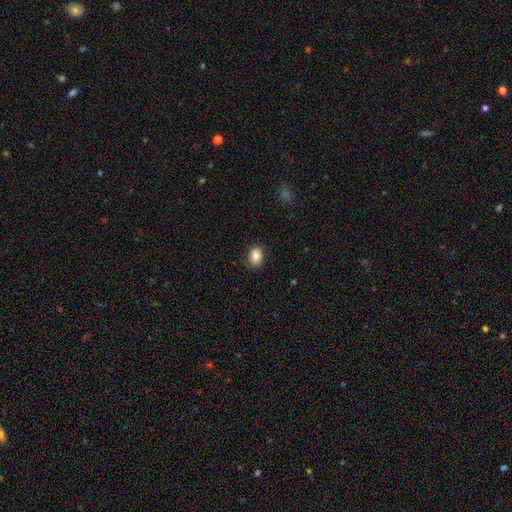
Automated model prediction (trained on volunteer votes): A smooth galaxy with no disk features (83%) that is in between round and cigar-shaped (70%).

Vote fractions:
- Smooth or featured? smooth: 83% / star or artifact: 9% / featured or disk: 8%
- How rounded? in between: 70% / round: 29% / cigar-shaped: 1%
- Merging? none: 88% / minor disturbance: 9% / major disturbance: 2% / merger: 1%